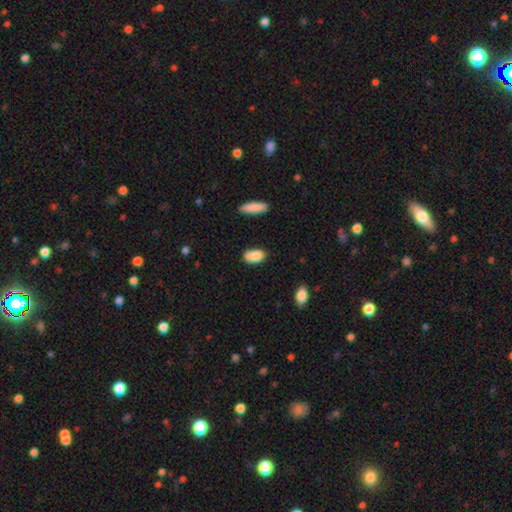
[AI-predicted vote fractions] Q: Smooth or featured?
A: smooth (81%); runner-up: featured or disk (10%)
Q: How rounded?
A: in between (90%); runner-up: round (7%)
Q: Merging?
A: none (53%); runner-up: minor disturbance (25%)